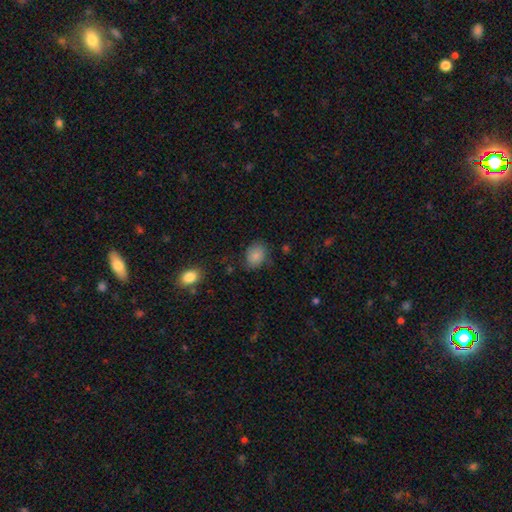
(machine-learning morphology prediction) A smooth galaxy with no disk features (85%) that is in between round and cigar-shaped (65%).

Vote fractions:
- Smooth or featured? smooth: 85% / star or artifact: 9% / featured or disk: 6%
- How rounded? in between: 65% / round: 34% / cigar-shaped: 1%
- Merging? none: 75% / minor disturbance: 18% / major disturbance: 5% / merger: 2%